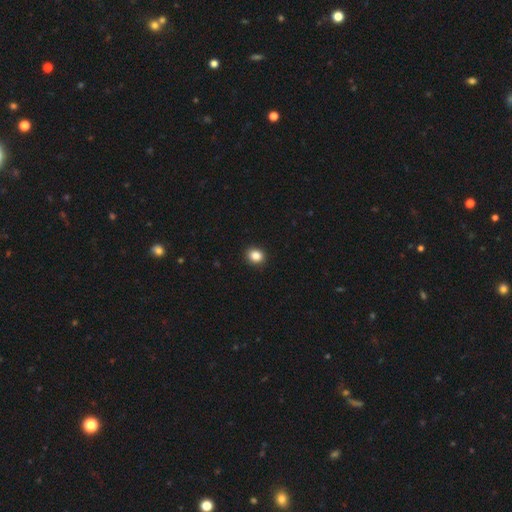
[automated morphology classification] smooth 86%, star or artifact 10%, featured or disk 3%. Down the decision tree: how rounded — round (70%); merging — none (92%).